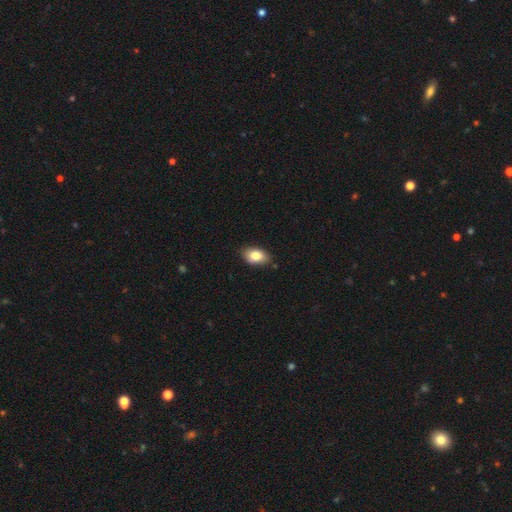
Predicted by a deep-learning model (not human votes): Morphology: type=smooth (82%); roundness=in between (88%); merging=none (82%).